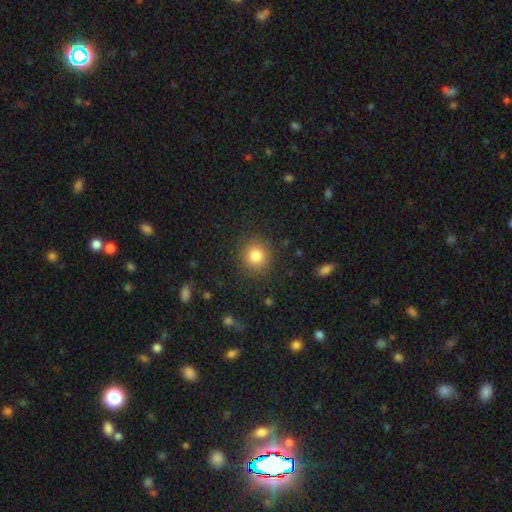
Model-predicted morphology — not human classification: smooth_or_featured: smooth (p=0.83) [alt: star or artifact p=0.11]
how_rounded: round (p=0.90) [alt: in between p=0.09]
merging: none (p=0.88) [alt: minor disturbance p=0.08]